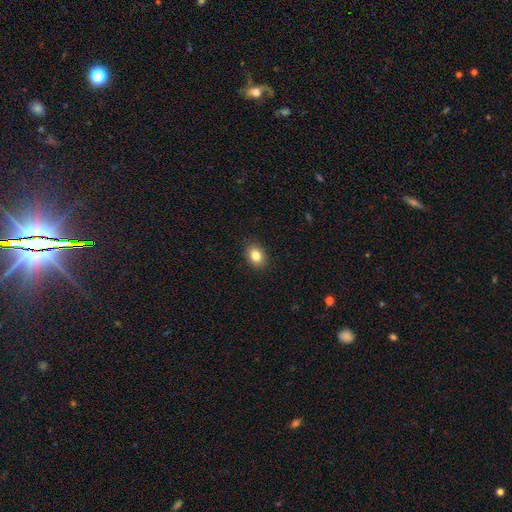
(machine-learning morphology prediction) type=smooth (83%); roundness=in between (60%); merging=none (90%).